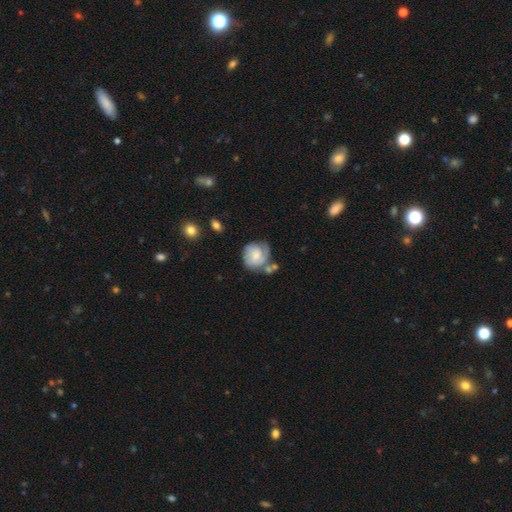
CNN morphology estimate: The model was most divided on "bulge size": small: 53%, moderate: 40%, none: 4%, large: 3%, dominant: 1%. Remaining: edge-on disk — no (98%); spiral arms — yes (81%); bar — no (74%); smooth or featured — featured or disk (56%); merging — none (48%).